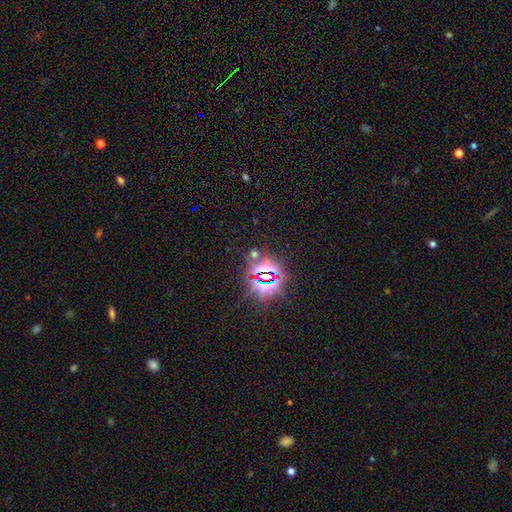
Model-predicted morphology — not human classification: The model was most divided on "smooth or featured": star or artifact: 83%, smooth: 9%, featured or disk: 8%.